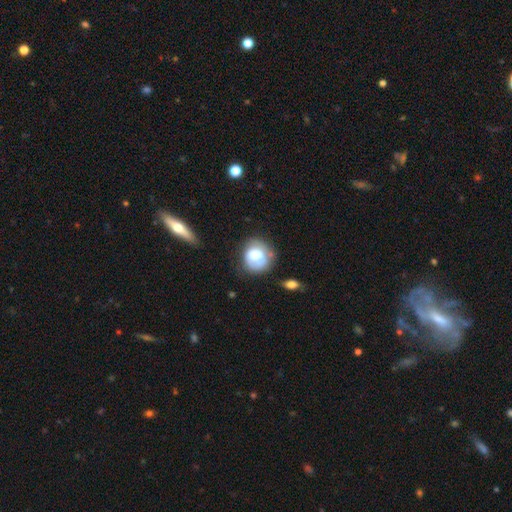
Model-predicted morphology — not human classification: Overall: smooth (68%). How rounded: round (80%). Merging: none (57%; minor disturbance 26%).